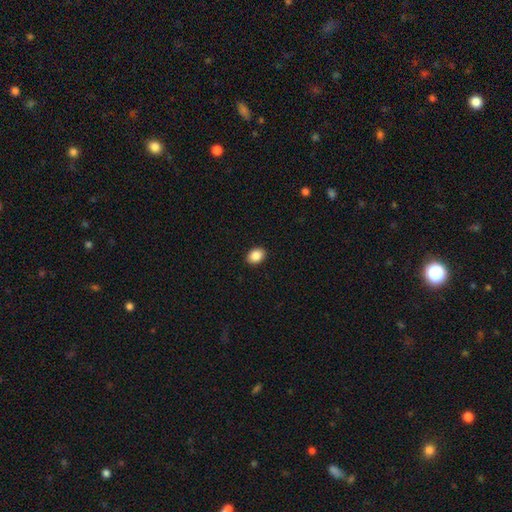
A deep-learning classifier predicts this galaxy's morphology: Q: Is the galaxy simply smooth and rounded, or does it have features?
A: smooth — 88%.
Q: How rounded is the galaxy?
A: in between — 71%.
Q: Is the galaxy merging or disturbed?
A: none — 92%.